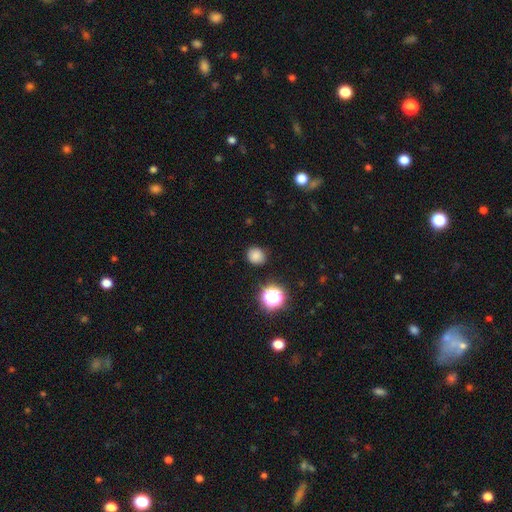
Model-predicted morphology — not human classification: Q: Smooth or featured?
A: smooth (81%); runner-up: star or artifact (15%)
Q: How rounded?
A: round (83%); runner-up: in between (16%)
Q: Merging?
A: none (88%); runner-up: minor disturbance (8%)